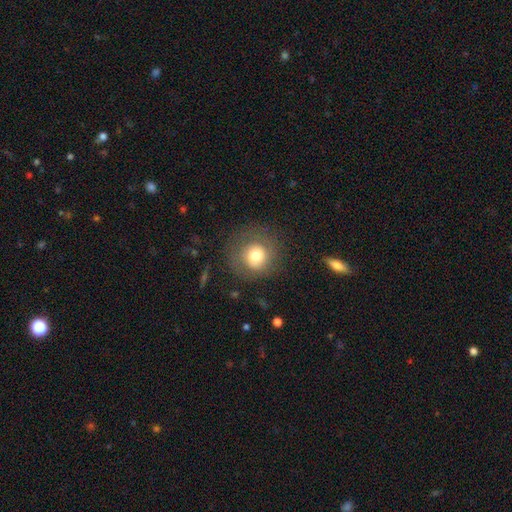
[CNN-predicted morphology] This appears to be a smooth galaxy with no disk features (71%) that is round (91%). Merging: none (76%).